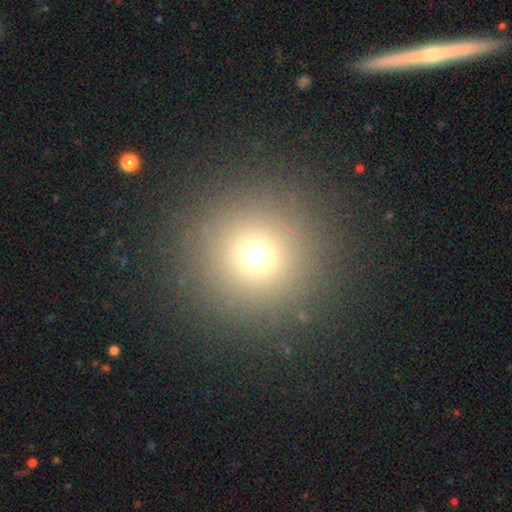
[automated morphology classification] Smooth or featured?
  - smooth: 69% *
  - star or artifact: 22%
  - featured or disk: 9%
How rounded?
  - round: 96% *
  - in between: 3%
  - cigar-shaped: 1%
Merging?
  - none: 91% *
  - minor disturbance: 5%
  - major disturbance: 3%
  - merger: 1%